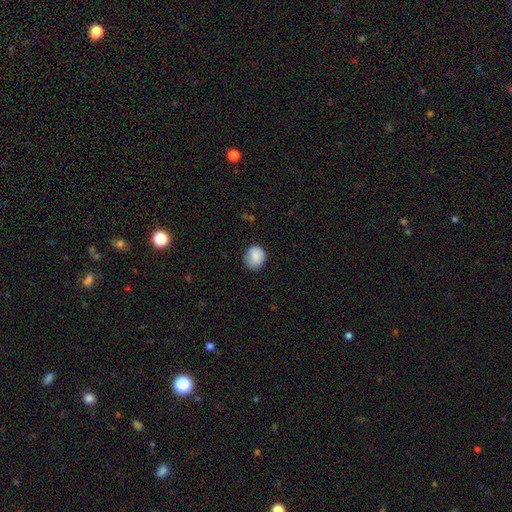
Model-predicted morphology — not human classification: type=smooth (86%); roundness=round (77%); merging=none (78%).